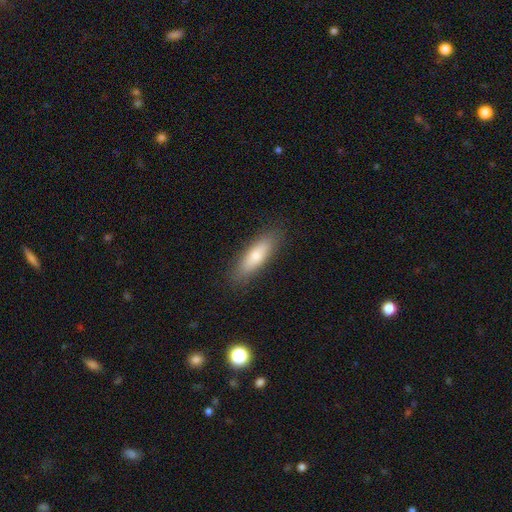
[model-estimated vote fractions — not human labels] Overall: smooth (75%). How rounded: cigar-shaped (56%; in between 42%). Merging: none (87%).